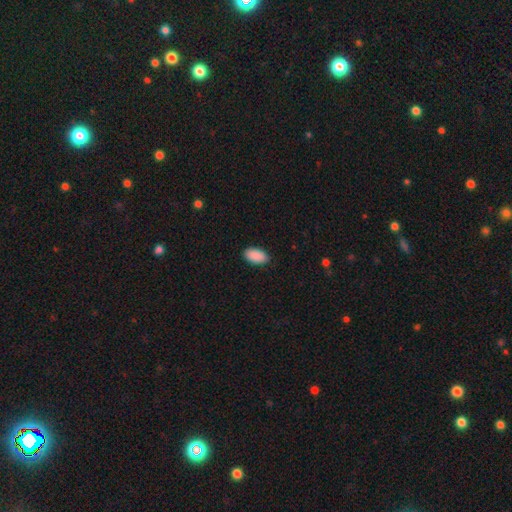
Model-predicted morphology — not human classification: This is clearly a smooth galaxy (91%). How rounded: clearly in between (95%). Merging: clearly none (89%).